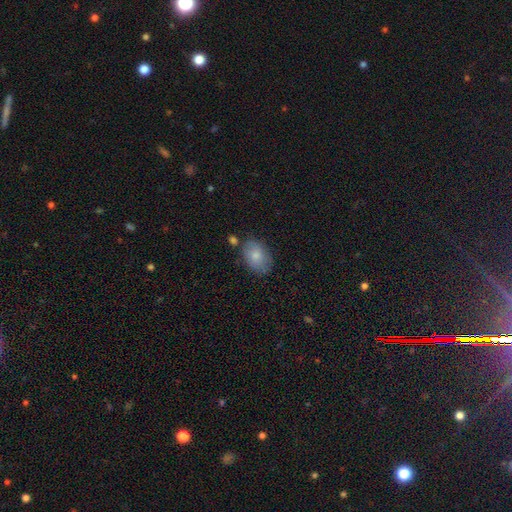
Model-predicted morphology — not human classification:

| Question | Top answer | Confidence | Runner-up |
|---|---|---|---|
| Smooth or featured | smooth | 79% | featured or disk (15%) |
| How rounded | in between | 85% | round (14%) |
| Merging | none | 71% | minor disturbance (19%) |